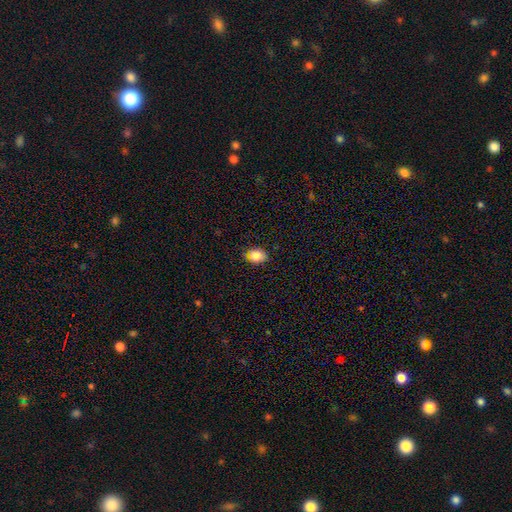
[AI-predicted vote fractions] This appears to be a smooth galaxy with no disk features (85%) that is in between round and cigar-shaped (74%). Merging: none (78%).